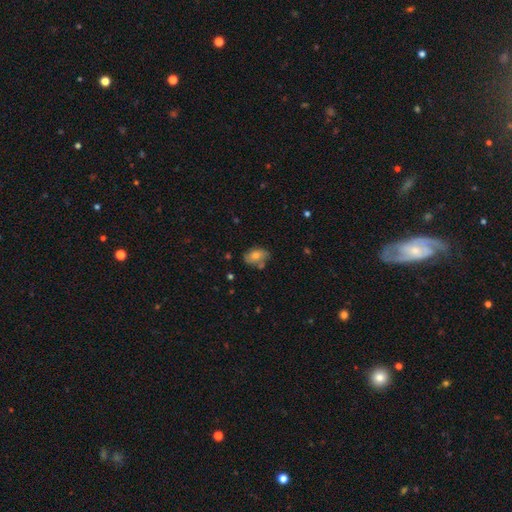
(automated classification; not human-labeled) The model was most divided on "merging": none: 62%, minor disturbance: 24%, merger: 8%, major disturbance: 6%. More confident: how rounded — in between (80%); smooth or featured — smooth (65%).